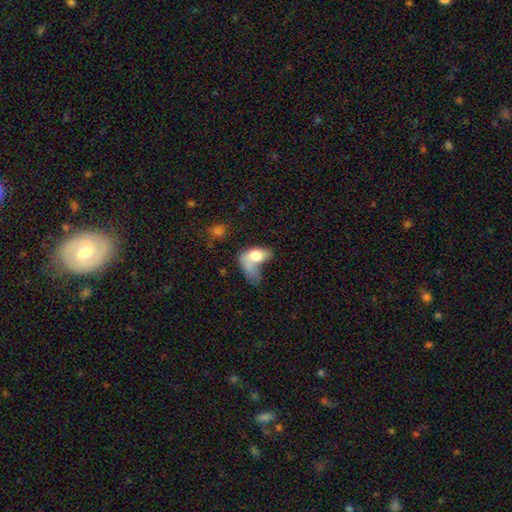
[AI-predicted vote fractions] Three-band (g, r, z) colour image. It shows a smooth galaxy with no disk features (68%) that is in between round and cigar-shaped (85%). Merging: major disturbance (48%).